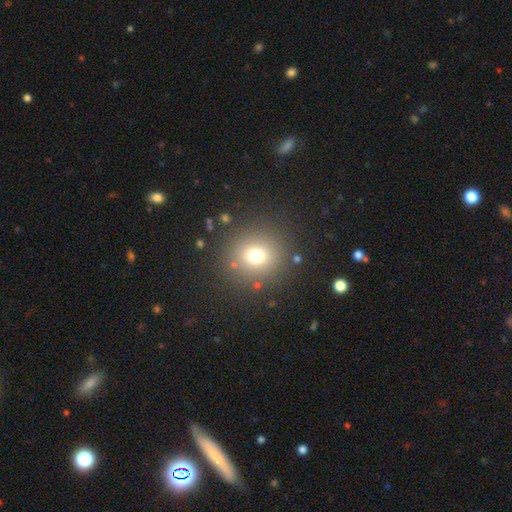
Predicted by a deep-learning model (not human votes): This is likely a smooth galaxy (72%). How rounded: clearly round (90%). Merging: clearly none (85%).